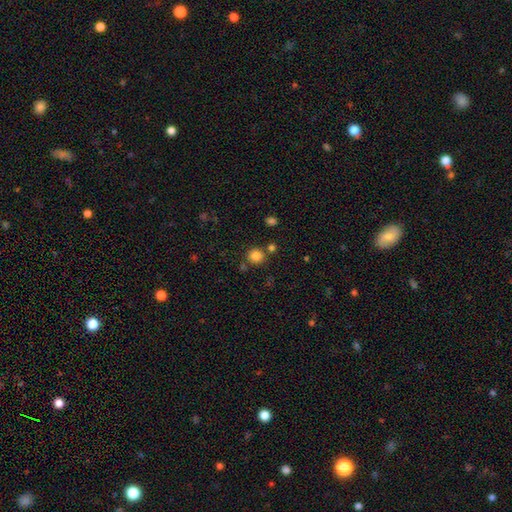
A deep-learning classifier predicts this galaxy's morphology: type=smooth (83%); roundness=round (91%); merging=none (80%).